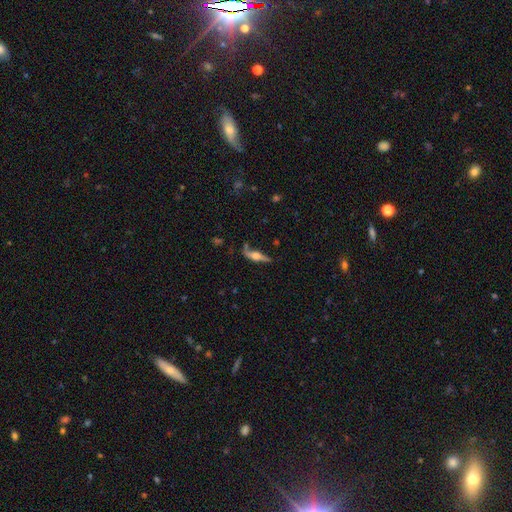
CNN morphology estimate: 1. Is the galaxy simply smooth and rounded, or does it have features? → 62% featured or disk, 31% smooth, 7% star or artifact.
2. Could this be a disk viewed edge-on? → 91% yes, 9% no.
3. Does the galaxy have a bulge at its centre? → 90% rounded, 7% boxy, 3% none.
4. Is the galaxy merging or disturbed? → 63% none, 22% minor disturbance, 9% major disturbance, 5% merger.